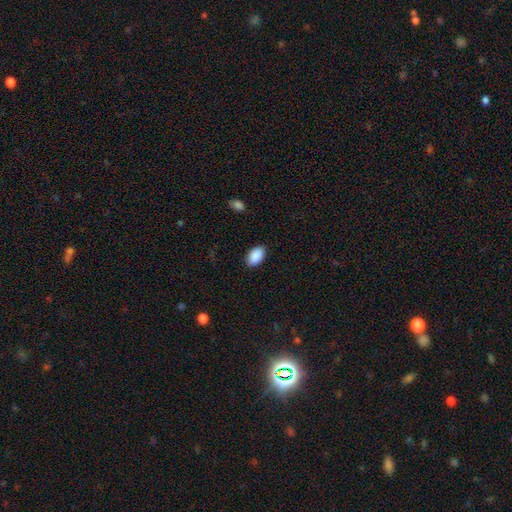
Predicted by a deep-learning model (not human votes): This appears to be a smooth galaxy with no disk features (91%) that is in between round and cigar-shaped (93%). Merging: none (87%).